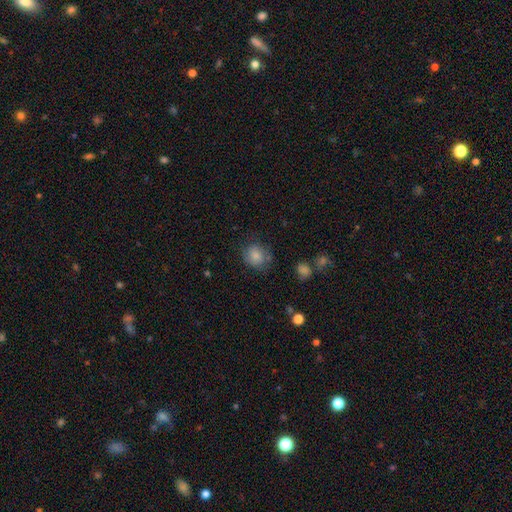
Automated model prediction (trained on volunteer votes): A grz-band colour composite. It shows a smooth galaxy with no disk features (80%) that is round (73%). Merging: none (70%).